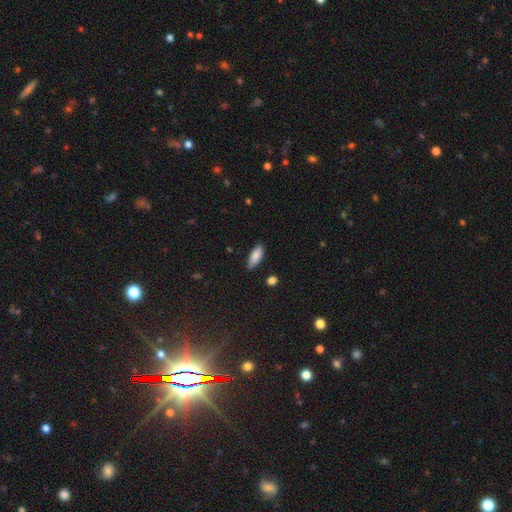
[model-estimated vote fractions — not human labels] Smooth or featured: smooth — 86% (featured or disk — 8%)
How rounded: in between — 73% (cigar-shaped — 25%)
Merging: none — 81% (minor disturbance — 15%)